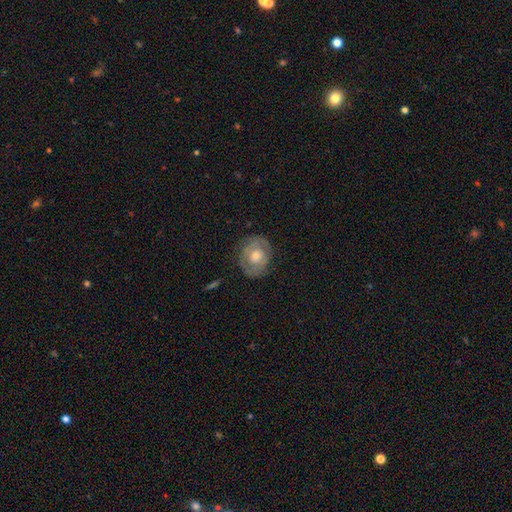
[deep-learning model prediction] This appears to be a featured or disk galaxy (54%) with no bar (80%), no spiral arms (53%) and a moderate central bulge (60%). Merging: none (79%).